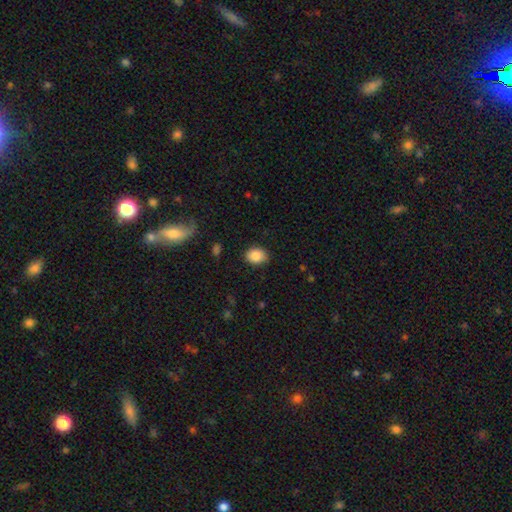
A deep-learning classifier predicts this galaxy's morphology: smooth_or_featured: smooth (p=0.85) [alt: star or artifact p=0.08]
how_rounded: in between (p=0.61) [alt: round p=0.38]
merging: none (p=0.86) [alt: minor disturbance p=0.11]